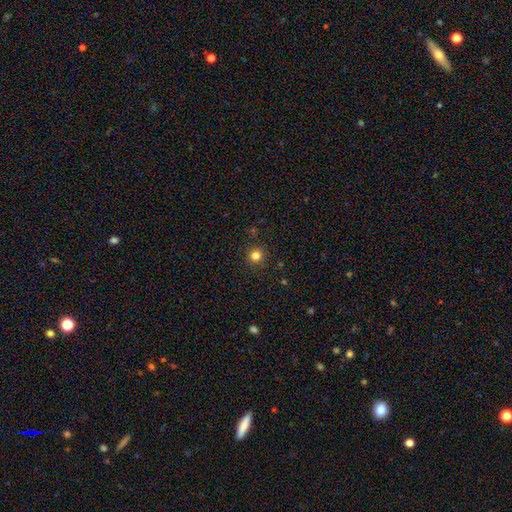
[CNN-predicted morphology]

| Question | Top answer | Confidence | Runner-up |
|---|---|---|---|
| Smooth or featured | smooth | 81% | star or artifact (14%) |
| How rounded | round | 94% | in between (5%) |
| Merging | none | 90% | minor disturbance (6%) |